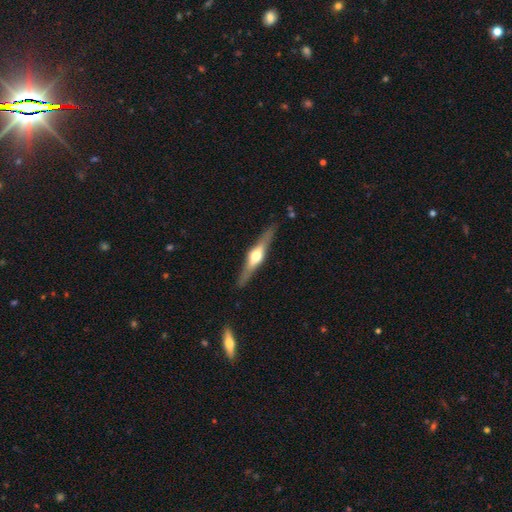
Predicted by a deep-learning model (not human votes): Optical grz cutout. It shows a featured or disk galaxy (74%) viewed edge-on (97%) with a rounded central bulge (93%). Merging: none (88%).